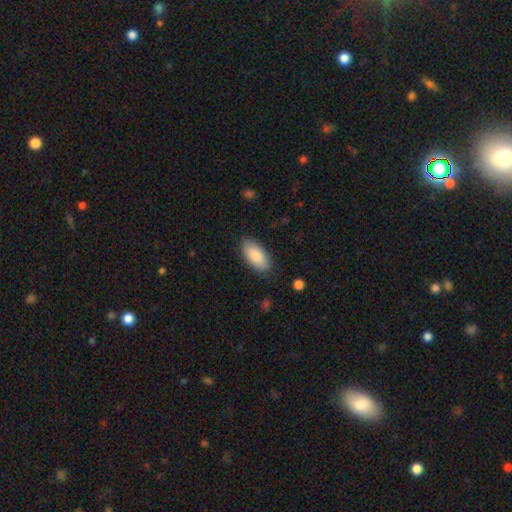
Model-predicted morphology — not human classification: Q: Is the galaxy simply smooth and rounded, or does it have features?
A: smooth — 85%.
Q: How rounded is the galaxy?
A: in between — 93%.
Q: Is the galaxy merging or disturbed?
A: none — 84%.